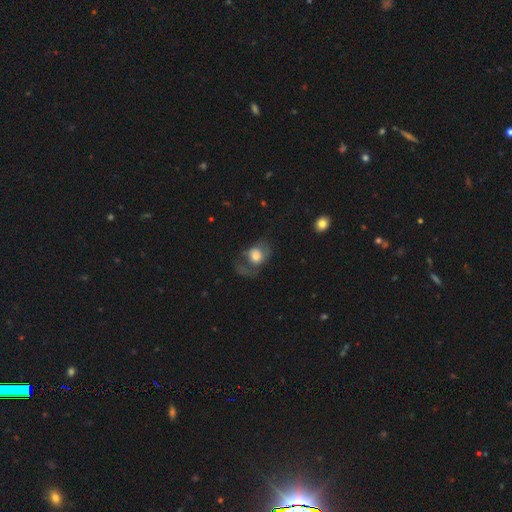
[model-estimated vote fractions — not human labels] Smooth or featured: smooth — 61% (featured or disk — 32%)
How rounded: in between — 50% (round — 48%)
Merging: major disturbance — 43% (none — 33%)